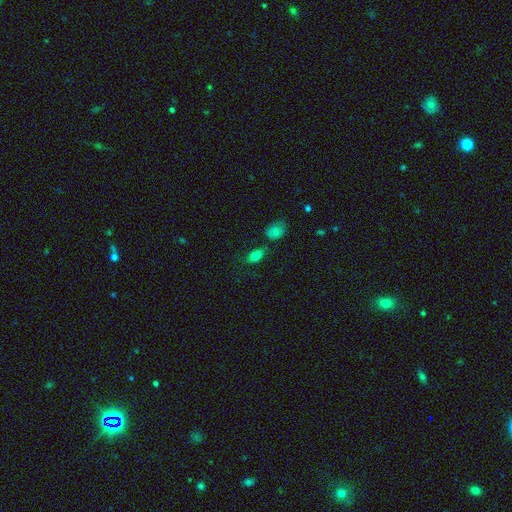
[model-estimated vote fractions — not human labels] Morphology: type=smooth (80%); roundness=in between (87%); merging=none (67%).